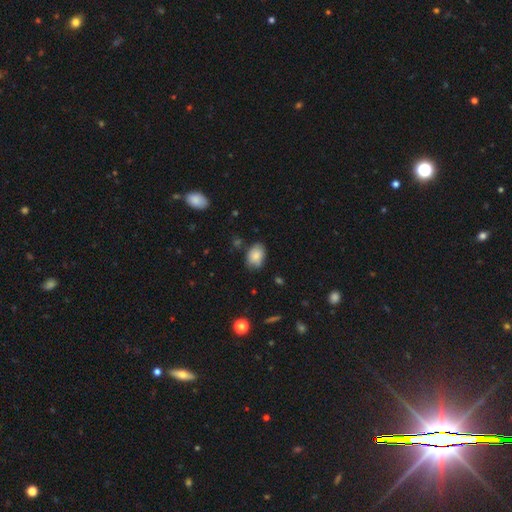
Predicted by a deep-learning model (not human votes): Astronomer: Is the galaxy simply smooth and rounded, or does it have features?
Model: smooth — 84%.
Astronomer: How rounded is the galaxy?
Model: in between — 81%.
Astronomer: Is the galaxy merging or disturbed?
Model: none — 72%.